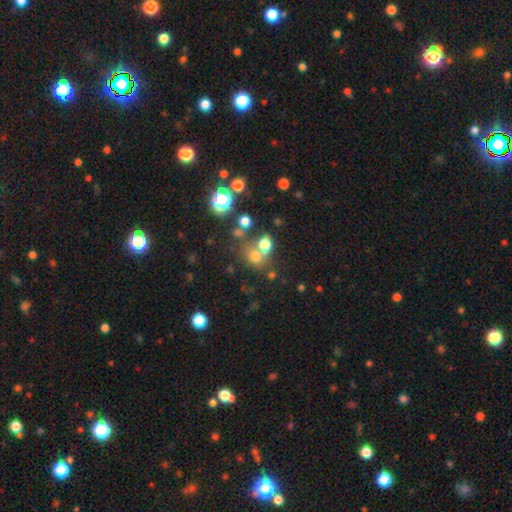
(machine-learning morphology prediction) A smooth galaxy with no disk features (61%) that is round (73%).

Vote fractions:
- Smooth or featured? smooth: 61% / star or artifact: 26% / featured or disk: 13%
- How rounded? round: 73% / in between: 26% / cigar-shaped: 1%
- Merging? none: 52% / merger: 32% / minor disturbance: 10% / major disturbance: 6%